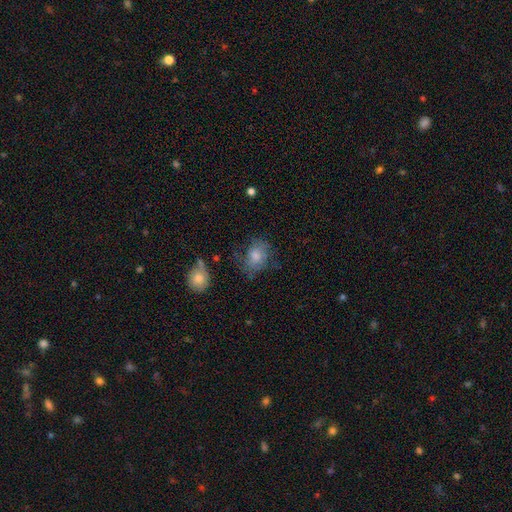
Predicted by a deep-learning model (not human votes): Smooth or featured: smooth — 62% (featured or disk — 25%)
How rounded: in between — 57% (round — 42%)
Merging: none — 58% (minor disturbance — 25%)